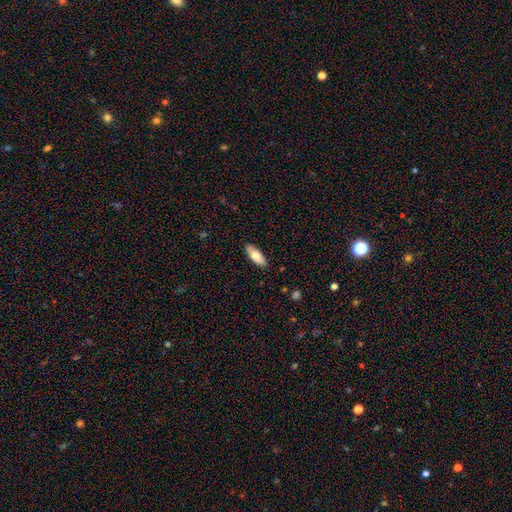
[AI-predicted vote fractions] Morphology: type=smooth (74%); roundness=in between (75%); merging=none (89%).